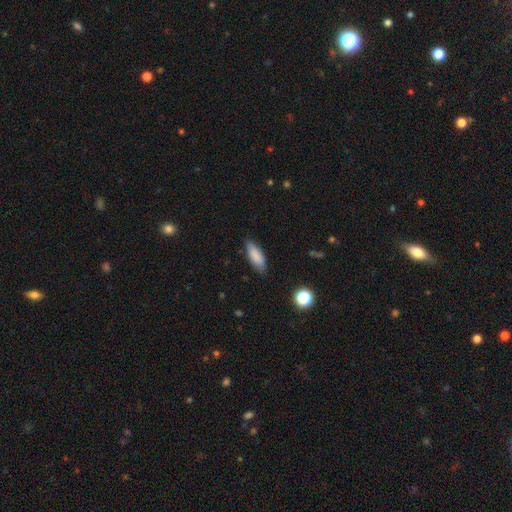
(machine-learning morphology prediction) A smooth galaxy with no disk features (86%) that is in between round and cigar-shaped (71%). Merging: none (82%).